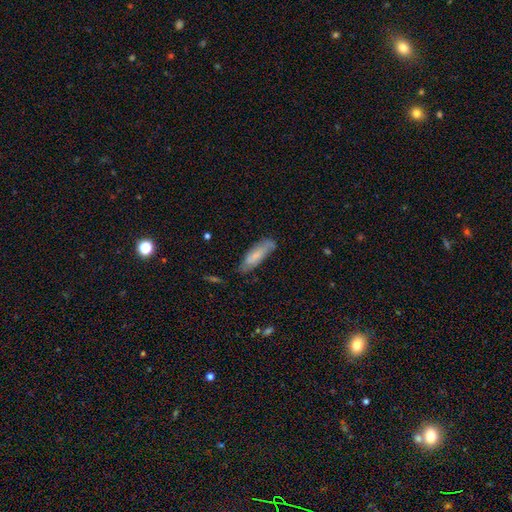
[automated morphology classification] This is likely a smooth galaxy (70%). How rounded: possibly cigar-shaped (50%). Merging: likely none (66%).